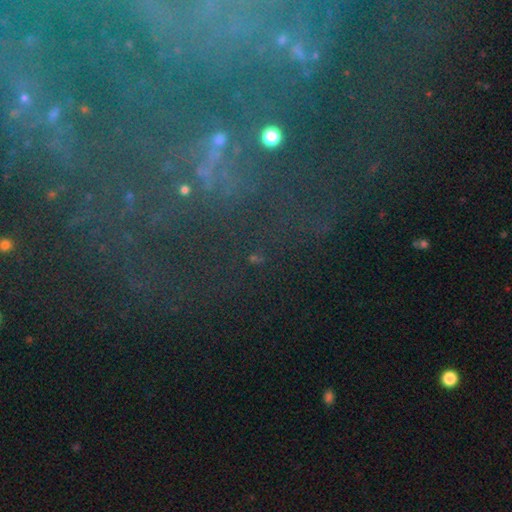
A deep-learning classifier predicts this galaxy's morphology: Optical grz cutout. It shows a featured or disk galaxy (43%). Merging: none (68%).